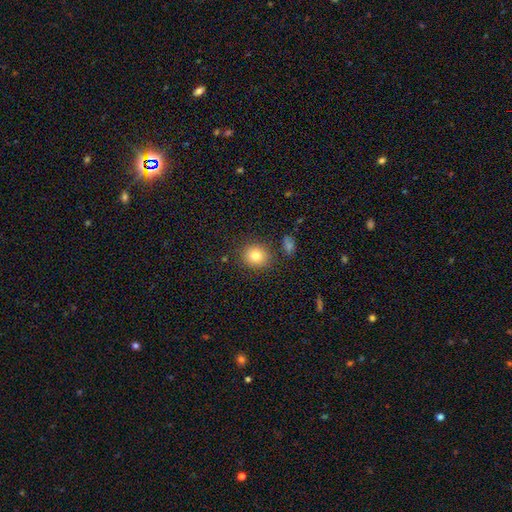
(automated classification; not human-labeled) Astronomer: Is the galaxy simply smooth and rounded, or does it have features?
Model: smooth — 83%.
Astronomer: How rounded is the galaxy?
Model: round — 80%.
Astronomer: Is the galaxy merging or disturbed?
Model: none — 83%.